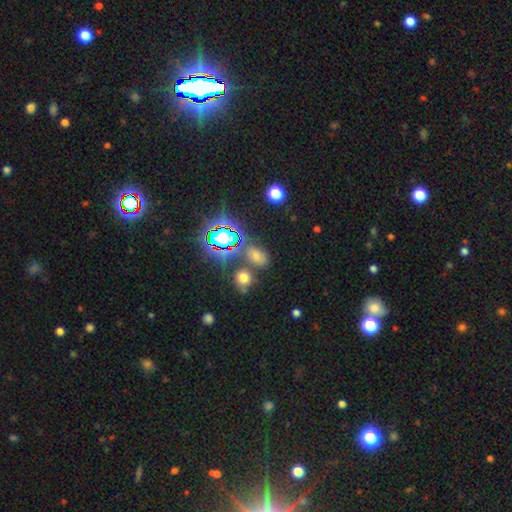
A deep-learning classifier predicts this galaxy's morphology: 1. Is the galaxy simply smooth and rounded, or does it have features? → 47% smooth, 42% star or artifact, 11% featured or disk.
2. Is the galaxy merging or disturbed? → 69% none, 14% merger, 12% minor disturbance, 5% major disturbance.